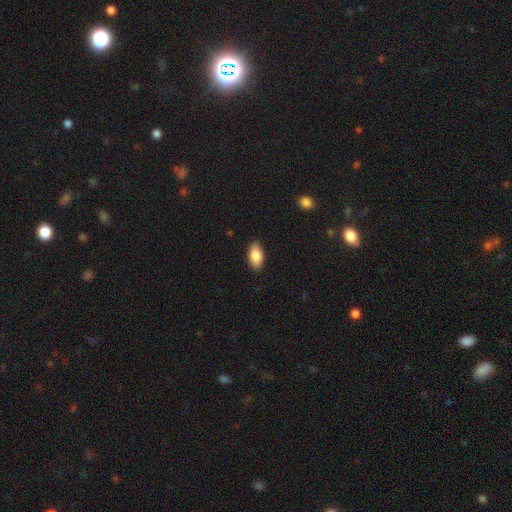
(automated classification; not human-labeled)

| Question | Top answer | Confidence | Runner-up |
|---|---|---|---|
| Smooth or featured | smooth | 87% | featured or disk (7%) |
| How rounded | in between | 93% | cigar-shaped (3%) |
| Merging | none | 89% | minor disturbance (8%) |